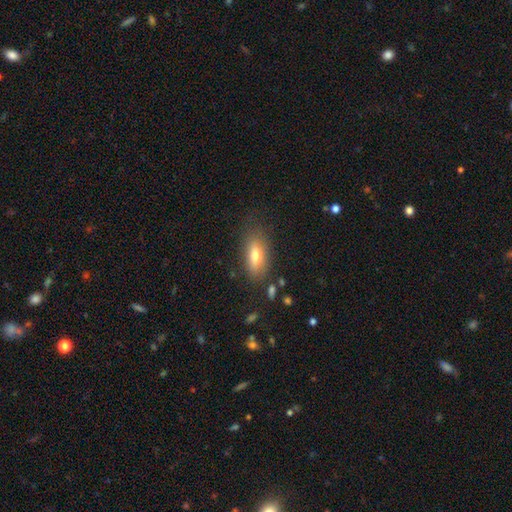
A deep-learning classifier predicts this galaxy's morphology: Q: Smooth or featured?
A: smooth (73%); runner-up: featured or disk (18%)
Q: How rounded?
A: in between (80%); runner-up: cigar-shaped (15%)
Q: Merging?
A: none (77%); runner-up: minor disturbance (16%)